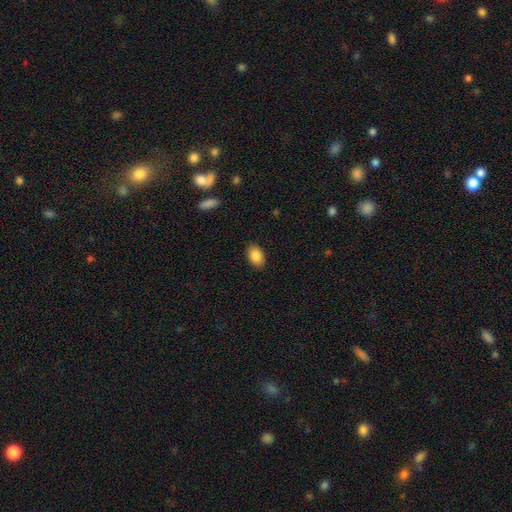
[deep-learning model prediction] Smooth or featured? Predicted: smooth (p=0.87). How rounded? Predicted: in between (p=0.88). Merging? Predicted: none (p=0.88).